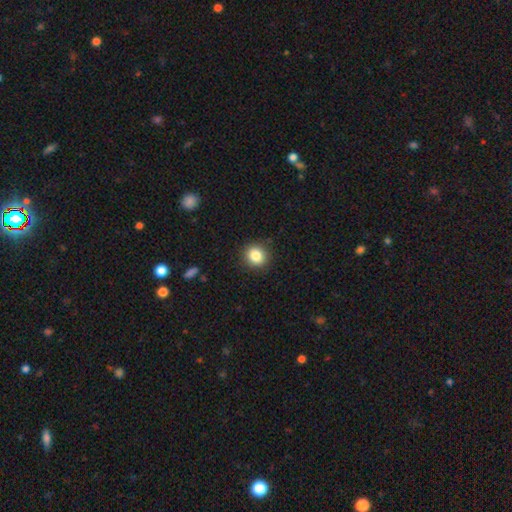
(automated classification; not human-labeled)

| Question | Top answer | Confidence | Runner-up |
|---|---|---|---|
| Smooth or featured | smooth | 84% | star or artifact (10%) |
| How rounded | round | 87% | in between (13%) |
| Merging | none | 90% | minor disturbance (7%) |